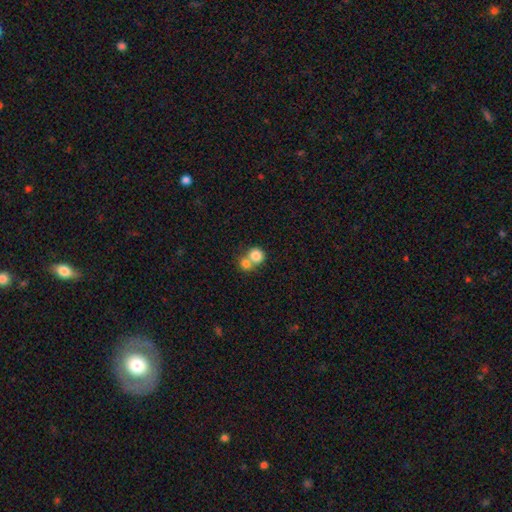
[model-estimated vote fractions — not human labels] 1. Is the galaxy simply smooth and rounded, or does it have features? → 81% smooth, 10% featured or disk, 9% star or artifact.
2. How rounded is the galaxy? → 82% round, 17% in between, 1% cigar-shaped.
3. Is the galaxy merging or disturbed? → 58% merger, 34% none, 6% minor disturbance, 3% major disturbance.